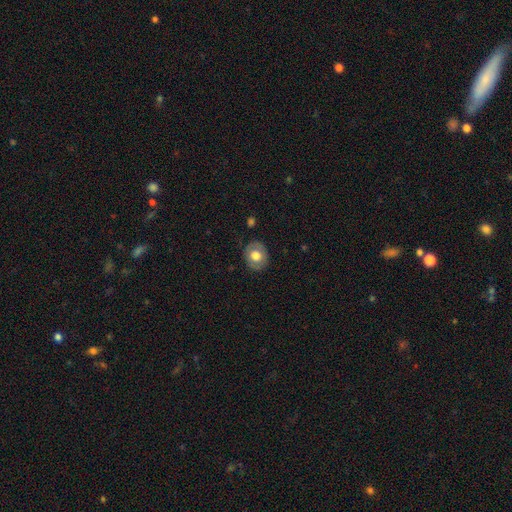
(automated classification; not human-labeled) A smooth galaxy with no disk features (64%) that is round (68%).

Vote fractions:
- Smooth or featured? smooth: 64% / featured or disk: 29% / star or artifact: 7%
- How rounded? round: 68% / in between: 31% / cigar-shaped: 1%
- Merging? none: 84% / minor disturbance: 12% / major disturbance: 3% / merger: 1%